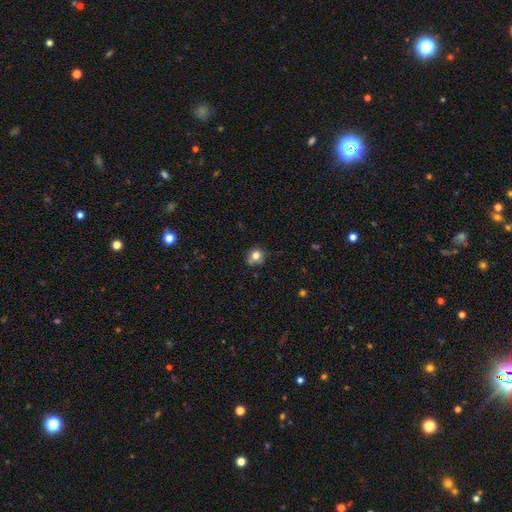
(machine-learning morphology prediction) type=smooth (79%); roundness=round (79%); merging=none (67%).